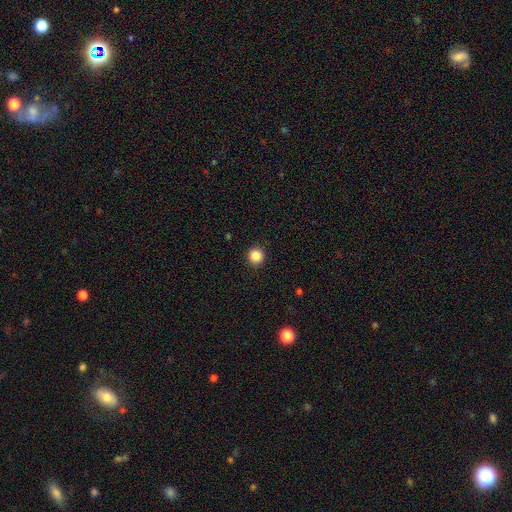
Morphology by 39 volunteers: smooth 87%, star or artifact 8%, featured or disk 5%. Down the decision tree: how rounded — round (97%); merging — none (72%).